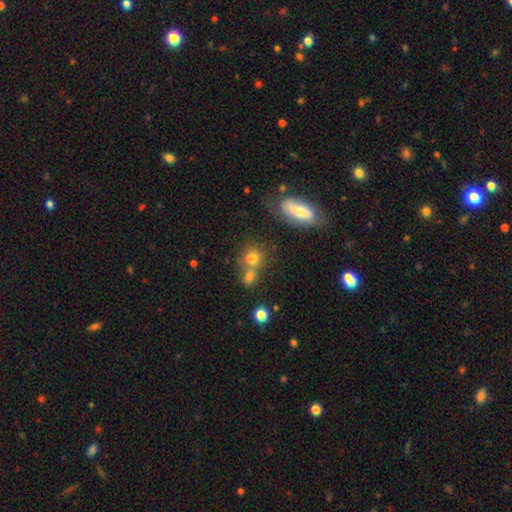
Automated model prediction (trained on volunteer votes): The model was most divided on "merging": none: 55%, merger: 30%, minor disturbance: 10%, major disturbance: 5%. More confident: how rounded — round (64%); smooth or featured — smooth (59%).